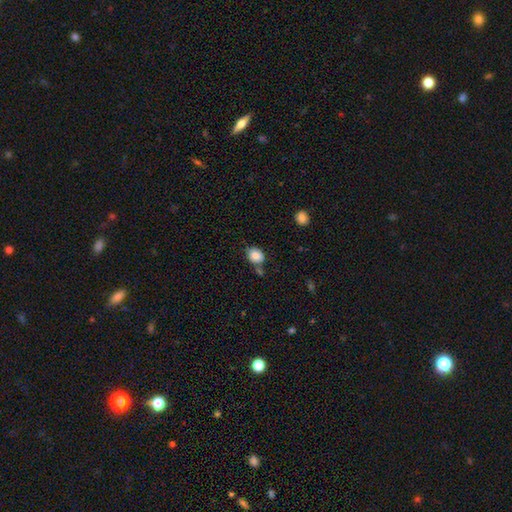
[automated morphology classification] smooth 84%, star or artifact 9%, featured or disk 7%. Down the decision tree: how rounded — in between (56%); merging — none (66%).